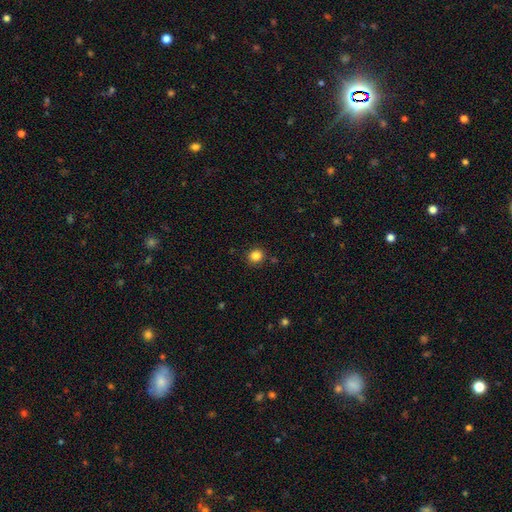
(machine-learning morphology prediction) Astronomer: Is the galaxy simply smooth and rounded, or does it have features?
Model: smooth — 84%.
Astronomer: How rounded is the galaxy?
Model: round — 85%.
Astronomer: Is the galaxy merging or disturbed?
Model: none — 89%.